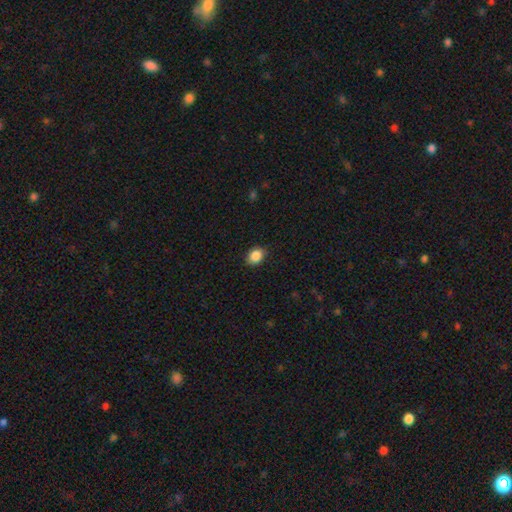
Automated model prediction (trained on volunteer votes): Overall: smooth (88%). How rounded: in between (57%; round 42%). Merging: none (87%).